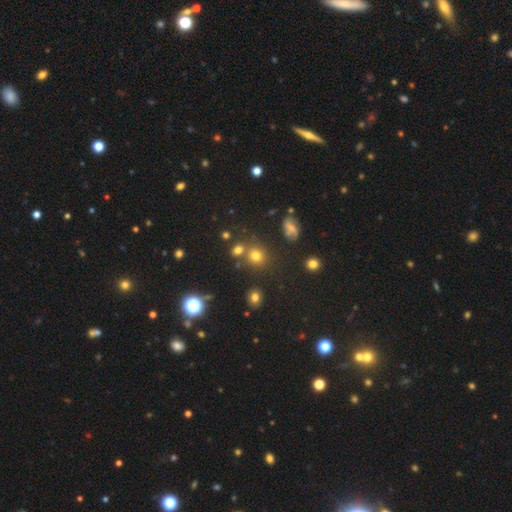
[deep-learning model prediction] Smooth or featured: smooth — 70% (star or artifact — 21%)
How rounded: round — 84% (in between — 15%)
Merging: none — 70% (merger — 15%)